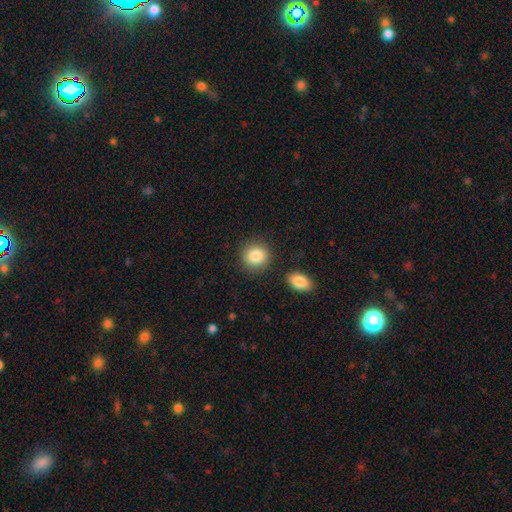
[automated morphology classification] type=smooth (87%); roundness=round (87%); merging=none (83%).